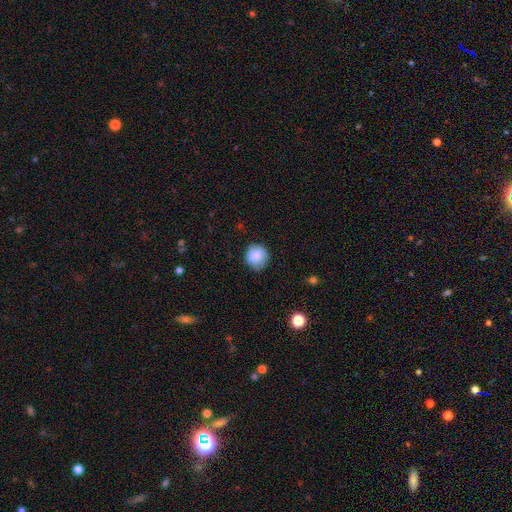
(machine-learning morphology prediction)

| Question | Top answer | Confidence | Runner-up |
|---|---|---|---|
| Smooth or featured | smooth | 79% | featured or disk (13%) |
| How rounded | round | 88% | in between (11%) |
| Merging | none | 74% | minor disturbance (20%) |